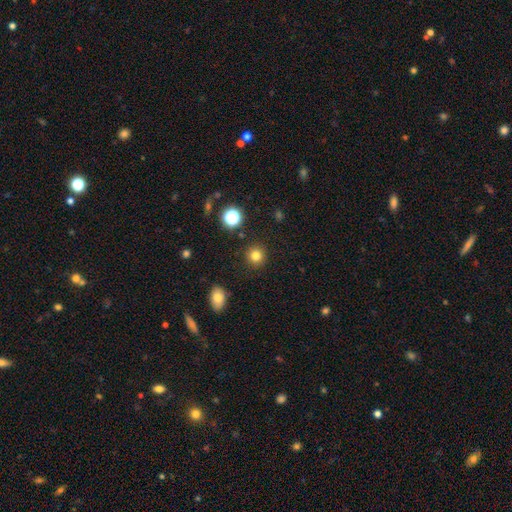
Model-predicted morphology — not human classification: Smooth or featured? Predicted: smooth (p=0.81). How rounded? Predicted: round (p=0.92). Merging? Predicted: none (p=0.91).